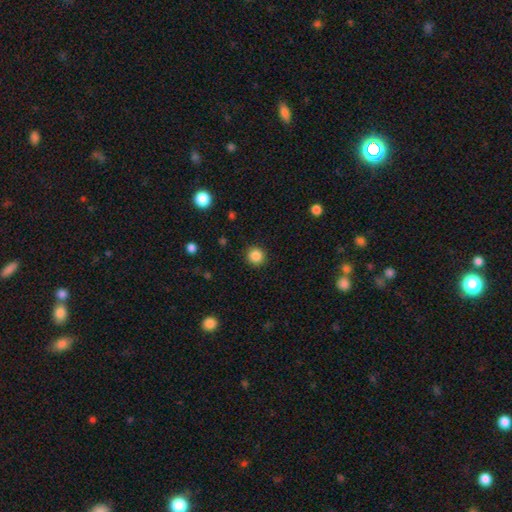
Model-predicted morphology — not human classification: A smooth galaxy with no disk features (86%) that is round (94%). Merging: none (92%).